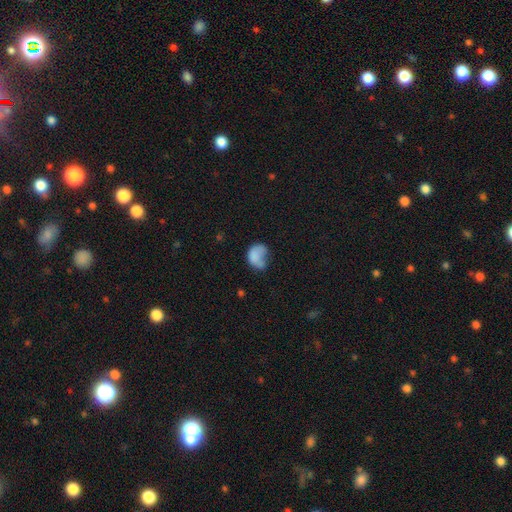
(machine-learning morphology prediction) Q: Smooth or featured?
A: smooth (71%); runner-up: featured or disk (19%)
Q: How rounded?
A: in between (64%); runner-up: round (35%)
Q: Merging?
A: major disturbance (32%); runner-up: minor disturbance (27%)